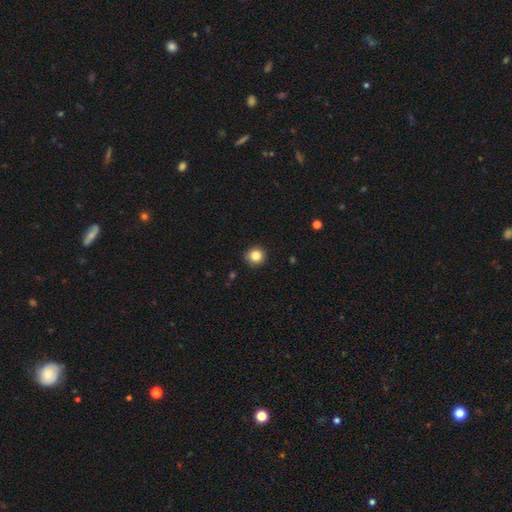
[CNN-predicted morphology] A smooth galaxy with no disk features (84%) that is round (92%).

Vote fractions:
- Smooth or featured? smooth: 84% / star or artifact: 11% / featured or disk: 5%
- How rounded? round: 92% / in between: 7% / cigar-shaped: 1%
- Merging? none: 89% / minor disturbance: 8% / major disturbance: 2% / merger: 1%